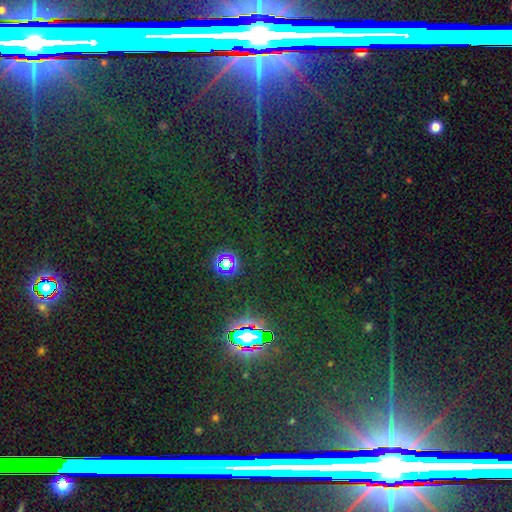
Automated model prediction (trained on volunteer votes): Smooth or featured? star or artifact (81%)